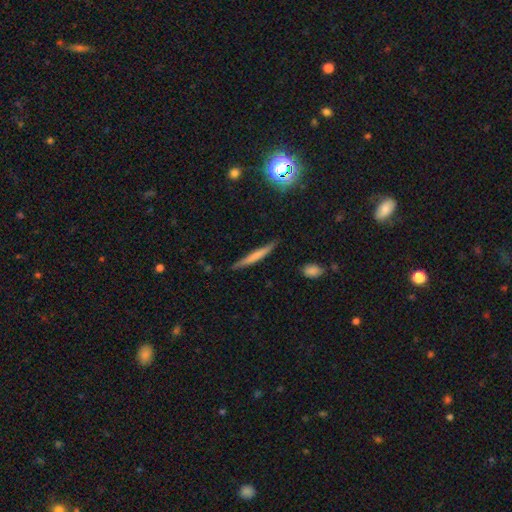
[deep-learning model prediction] Morphology: type=smooth (60%); roundness=cigar-shaped (95%); merging=none (85%).